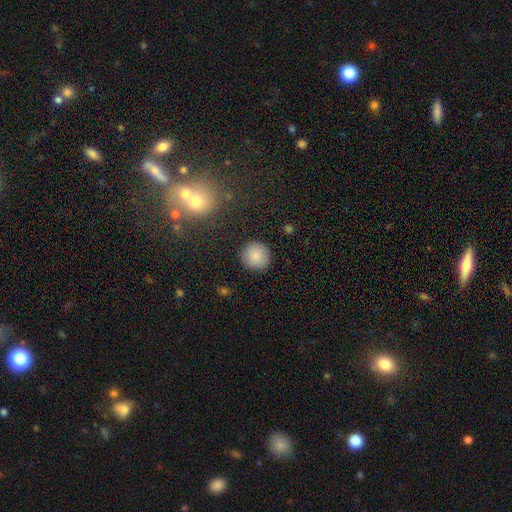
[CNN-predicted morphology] Q: Smooth or featured?
A: smooth (87%); runner-up: star or artifact (8%)
Q: How rounded?
A: round (94%); runner-up: in between (5%)
Q: Merging?
A: none (90%); runner-up: minor disturbance (7%)